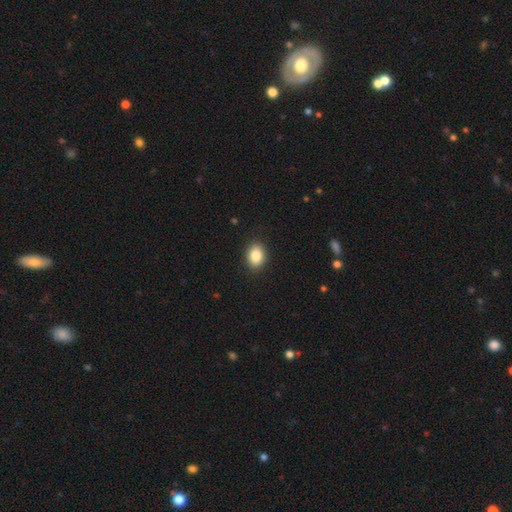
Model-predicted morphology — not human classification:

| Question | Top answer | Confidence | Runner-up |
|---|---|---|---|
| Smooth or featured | smooth | 87% | star or artifact (8%) |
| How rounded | in between | 71% | round (28%) |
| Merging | none | 90% | minor disturbance (7%) |